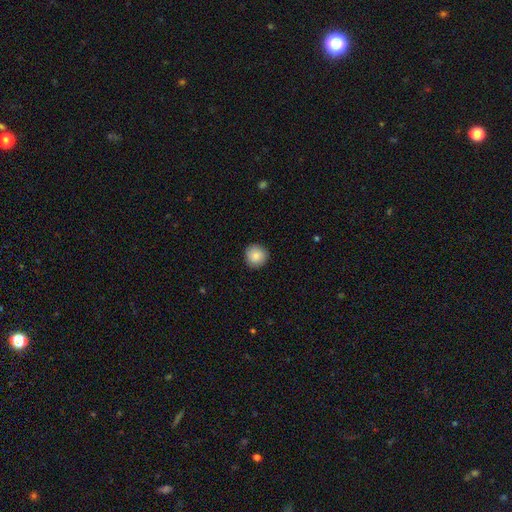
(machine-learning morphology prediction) This appears to be a smooth galaxy with no disk features (84%) that is round (94%). Merging: none (89%).